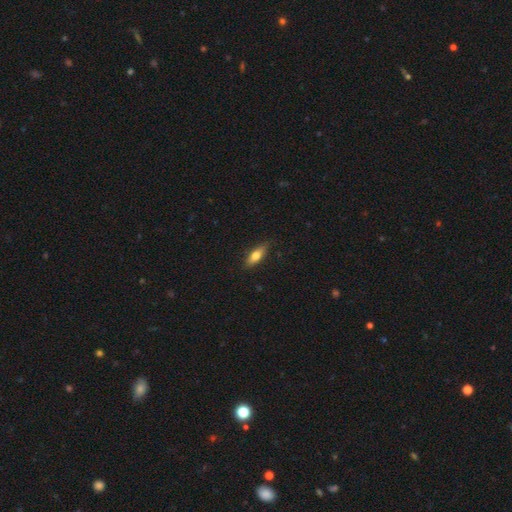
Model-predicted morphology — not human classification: This appears to be a smooth galaxy with no disk features (71%) that is in between round and cigar-shaped (61%). Merging: none (83%).